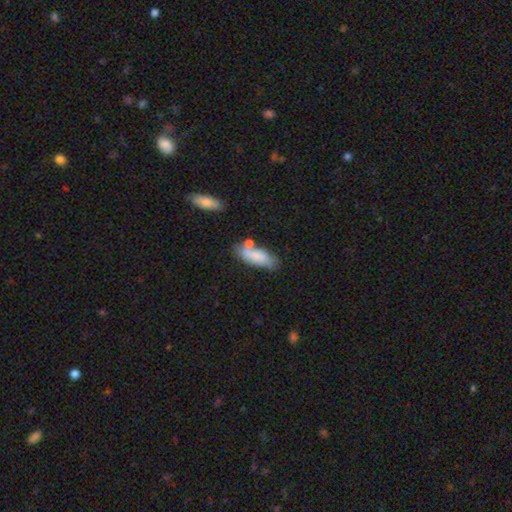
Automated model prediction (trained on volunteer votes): Q: Smooth or featured?
A: smooth (77%); runner-up: featured or disk (16%)
Q: How rounded?
A: in between (69%); runner-up: cigar-shaped (29%)
Q: Merging?
A: none (56%); runner-up: minor disturbance (21%)